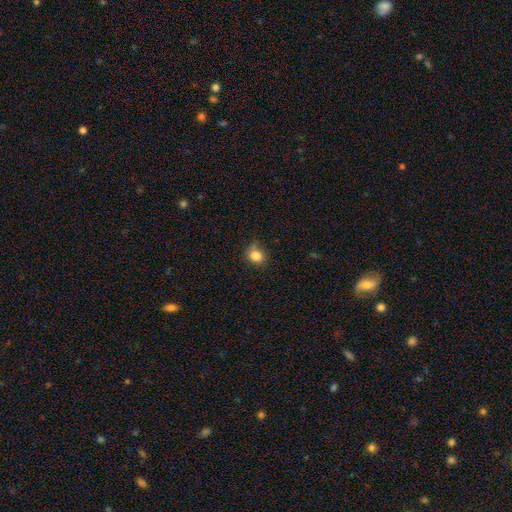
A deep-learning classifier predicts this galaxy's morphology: smooth_or_featured: smooth (p=0.84) [alt: star or artifact p=0.11]
how_rounded: round (p=0.61) [alt: in between p=0.38]
merging: none (p=0.69) [alt: minor disturbance p=0.21]